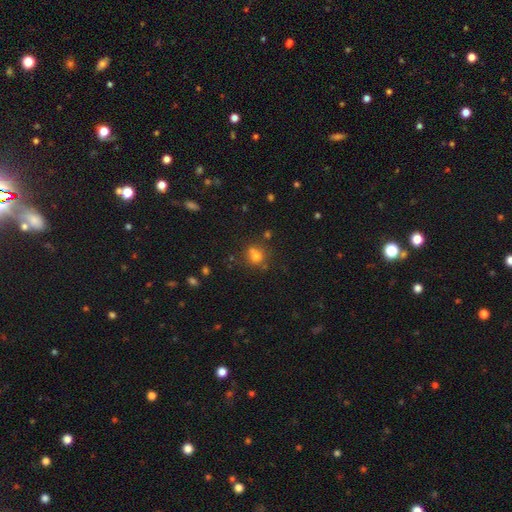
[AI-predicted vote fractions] This appears to be a smooth galaxy with no disk features (70%) that is round (73%). Merging: none (56%).